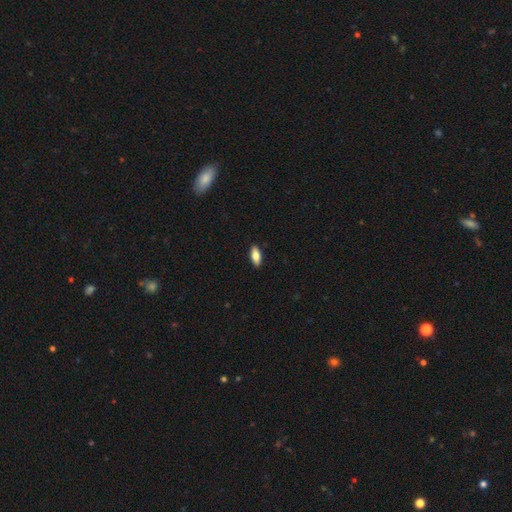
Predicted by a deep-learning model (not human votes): Morphology: type=smooth (78%); roundness=in between (79%); merging=none (90%).